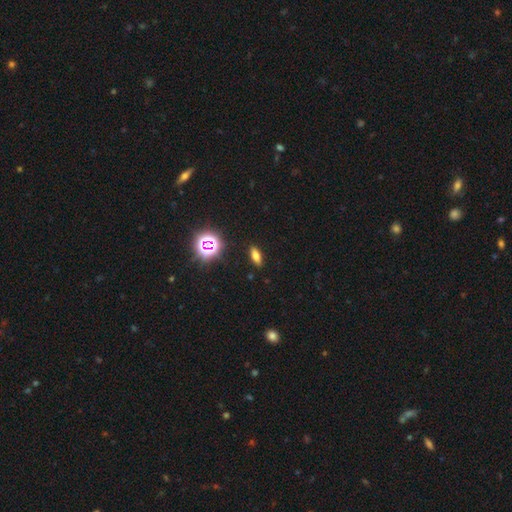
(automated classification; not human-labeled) Smooth or featured? smooth (63%)
How rounded? in between (66%)
Merging? none (90%)